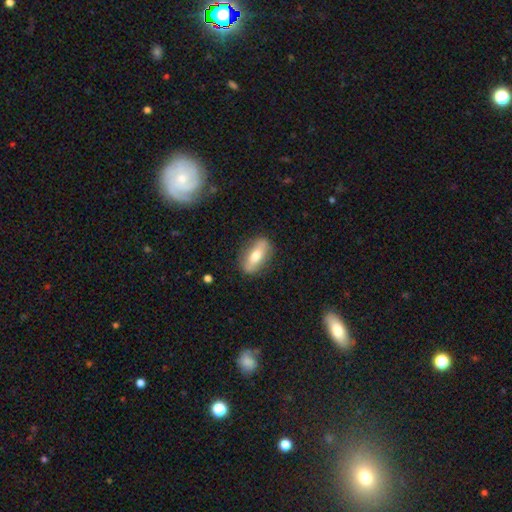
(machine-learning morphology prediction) smooth 59%, featured or disk 35%, star or artifact 6%. Down the decision tree: how rounded — in between (73%); merging — none (83%).